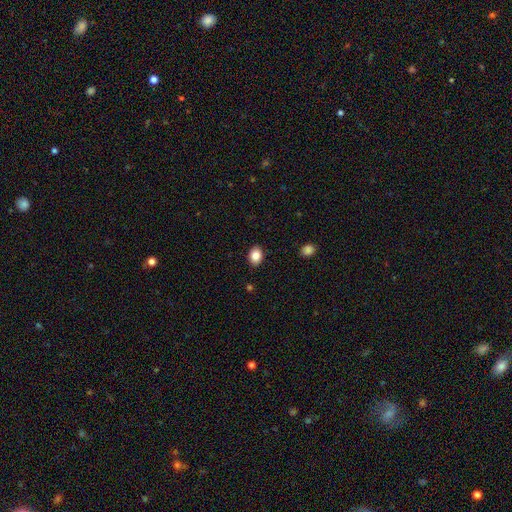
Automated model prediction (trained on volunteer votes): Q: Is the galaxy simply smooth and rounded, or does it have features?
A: smooth — 86%.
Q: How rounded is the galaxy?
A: in between — 68%.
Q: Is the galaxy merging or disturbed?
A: none — 88%.